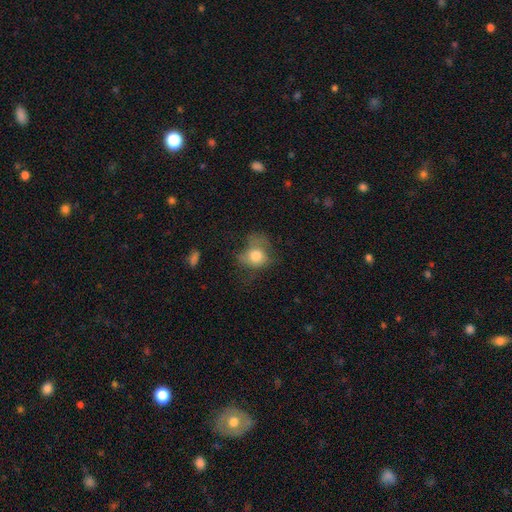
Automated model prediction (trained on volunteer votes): Smooth or featured? smooth (66%)
How rounded? round (55%)
Merging? major disturbance (38%)